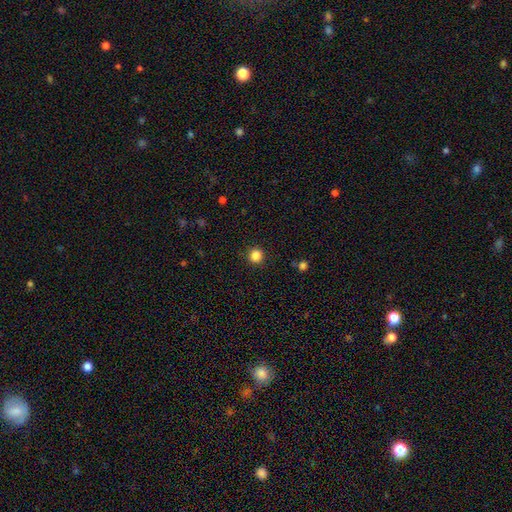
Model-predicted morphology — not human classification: This is clearly a smooth galaxy (85%). How rounded: clearly round (95%). Merging: clearly none (92%).